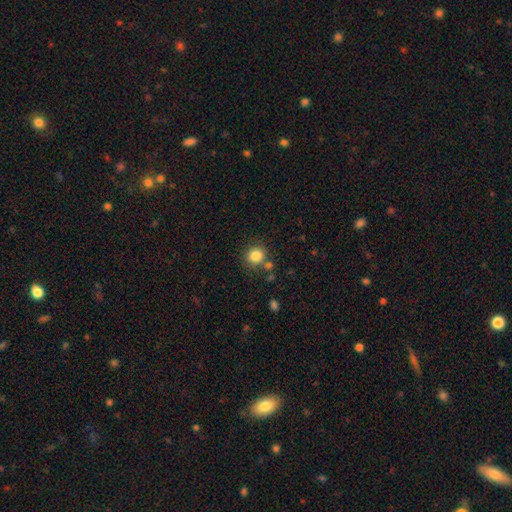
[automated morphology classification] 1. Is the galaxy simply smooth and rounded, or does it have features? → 83% smooth, 11% star or artifact, 5% featured or disk.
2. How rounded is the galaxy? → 90% round, 9% in between, 1% cigar-shaped.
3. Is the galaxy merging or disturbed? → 77% none, 10% minor disturbance, 10% merger, 3% major disturbance.